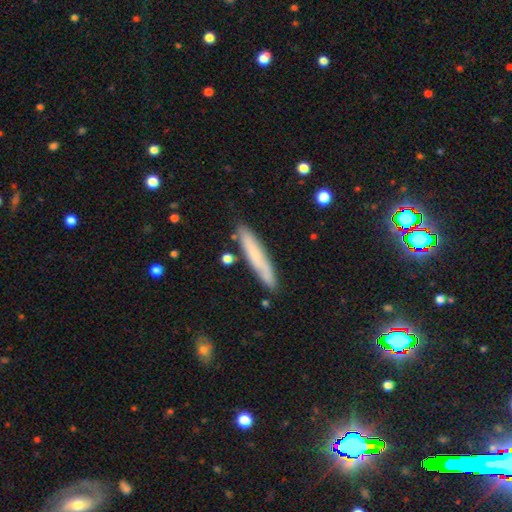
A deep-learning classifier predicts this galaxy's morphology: smooth 67%, featured or disk 25%, star or artifact 8%. Down the decision tree: how rounded — cigar-shaped (93%); merging — none (84%).